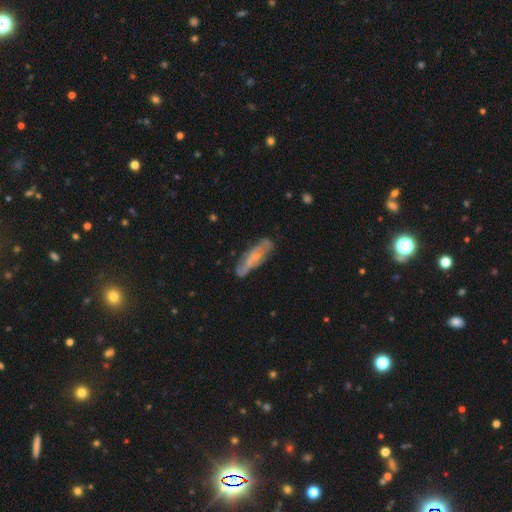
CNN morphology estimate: Smooth or featured?
  - featured or disk: 56% *
  - smooth: 36%
  - star or artifact: 7%
Edge-on disk?
  - no: 67% *
  - yes: 33%
Merging?
  - none: 72% *
  - minor disturbance: 20%
  - major disturbance: 6%
  - merger: 2%